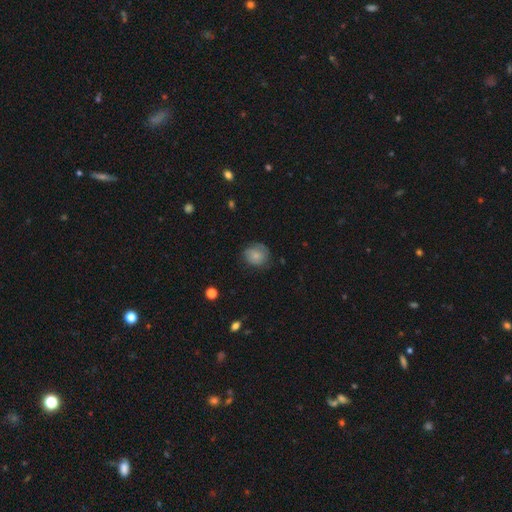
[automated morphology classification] This appears to be a smooth galaxy with no disk features (74%) that is round (79%). Merging: none (66%).